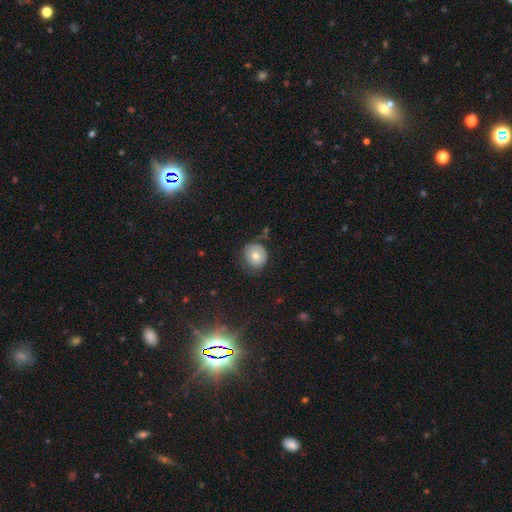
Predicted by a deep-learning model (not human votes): smooth_or_featured: smooth (p=0.71) [alt: featured or disk p=0.20]
how_rounded: round (p=0.87) [alt: in between p=0.12]
merging: none (p=0.64) [alt: minor disturbance p=0.24]